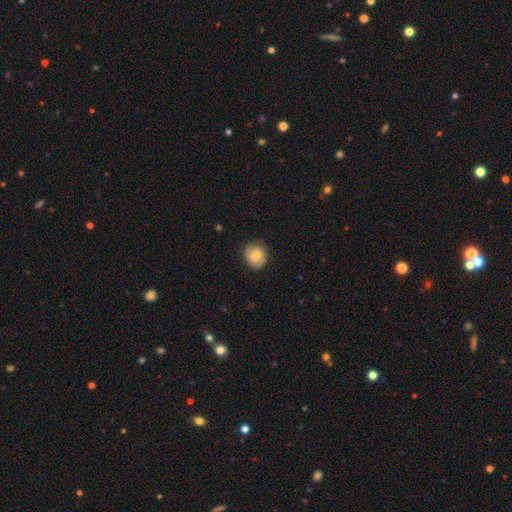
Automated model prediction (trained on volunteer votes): Overall: smooth (65%; featured or disk 27%). How rounded: round (75%). Merging: none (82%).